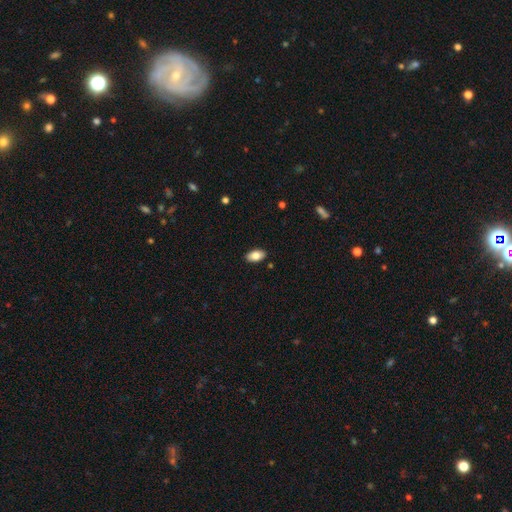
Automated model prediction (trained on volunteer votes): smooth-or-featured: smooth: 83% | featured or disk: 10% | star or artifact: 7%
  how-rounded: in between: 94% | round: 4% | cigar-shaped: 3%
  merging: none: 89% | minor disturbance: 8% | major disturbance: 2% | merger: 1%